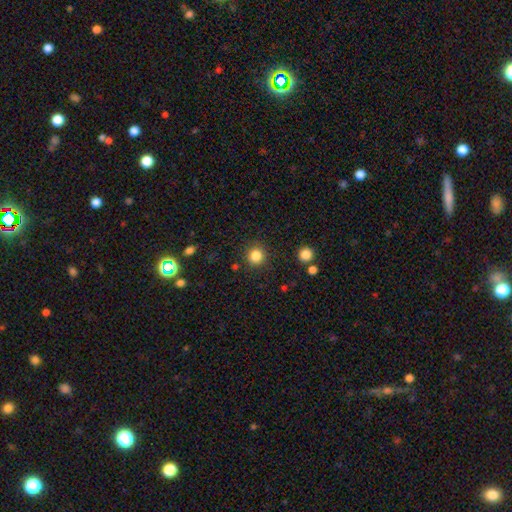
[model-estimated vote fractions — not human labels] Smooth or featured? Predicted: smooth (p=0.84). How rounded? Predicted: round (p=0.93). Merging? Predicted: none (p=0.90).